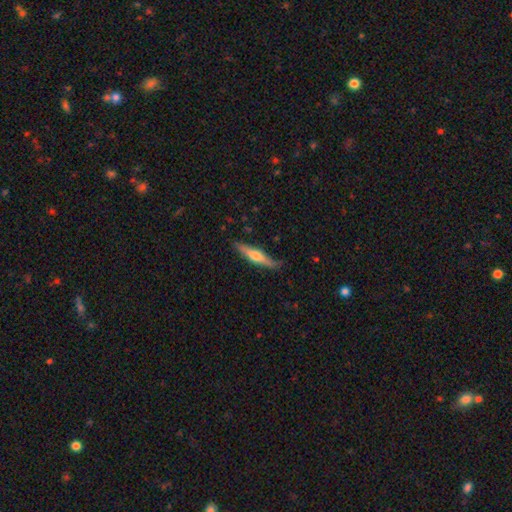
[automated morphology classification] The model was most divided on "smooth or featured": featured or disk: 52%, smooth: 43%, star or artifact: 6%. More confident: edge-on disk — yes (94%); merging — none (83%).